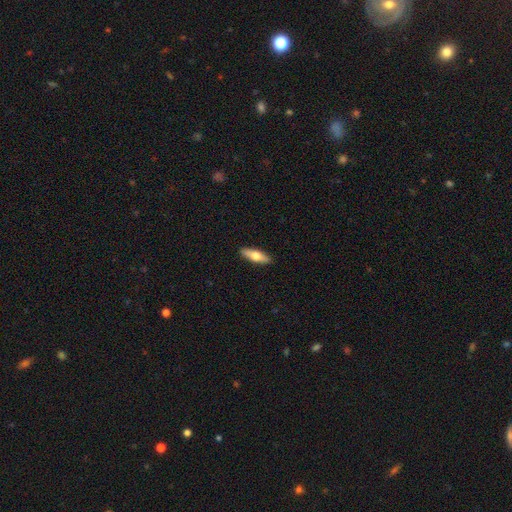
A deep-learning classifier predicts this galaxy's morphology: This is likely a smooth galaxy (64%). How rounded: possibly in between (51%). Merging: clearly none (90%).